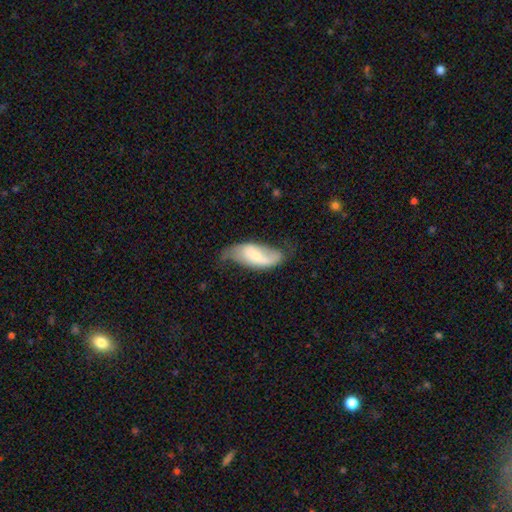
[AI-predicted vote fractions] smooth_or_featured: featured or disk (p=0.55) [alt: smooth p=0.39]
disk_edge_on: no (p=0.91) [alt: yes p=0.09]
bar: no (p=0.37) [alt: weak p=0.36]
has_spiral_arms: yes (p=0.80) [alt: no p=0.20]
bulge_size: small (p=0.40) [alt: moderate p=0.35]
merging: none (p=0.40) [alt: minor disturbance p=0.36]